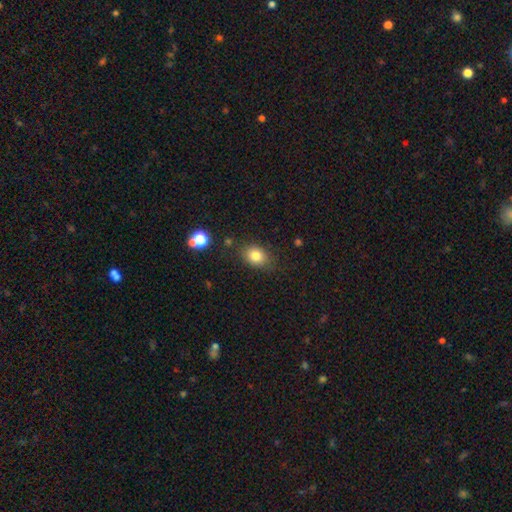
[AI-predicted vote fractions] Smooth or featured: smooth — 81% (star or artifact — 11%)
How rounded: in between — 65% (round — 34%)
Merging: none — 78% (minor disturbance — 15%)